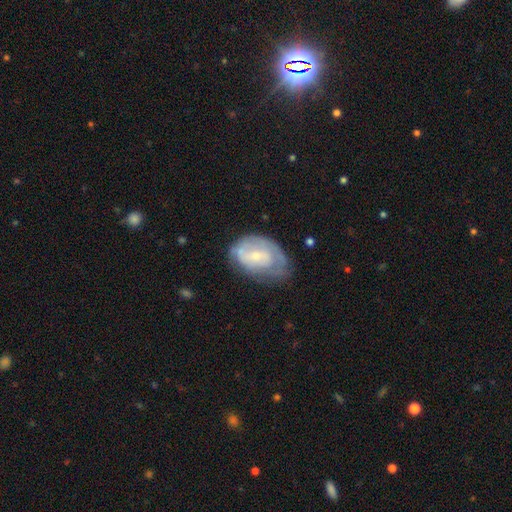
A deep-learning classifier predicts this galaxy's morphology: This is possibly a featured or disk galaxy (60%). It is clearly not viewed edge-on (96%). Bar: possibly no (58%). Spiral arm pattern: likely yes (71%). Central bulge: likely small (67%). Merging: possibly none (53%).